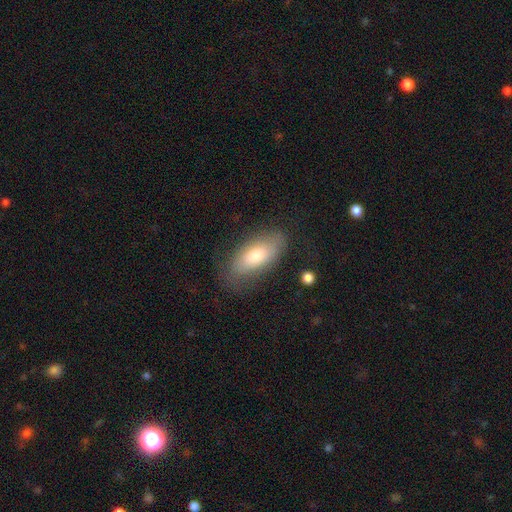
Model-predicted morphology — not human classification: smooth 74%, featured or disk 20%, star or artifact 7%. Down the decision tree: how rounded — in between (87%); merging — none (72%).